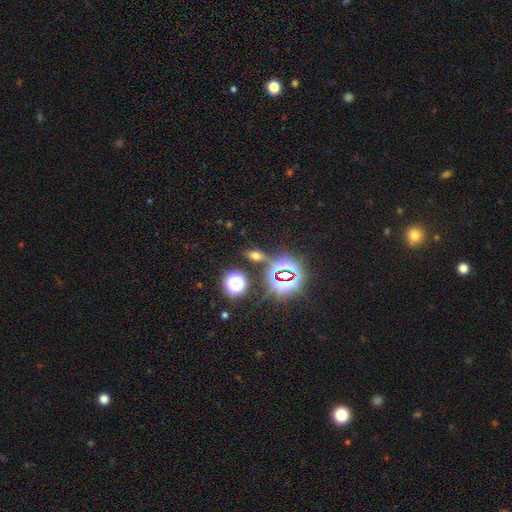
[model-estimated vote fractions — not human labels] A smooth galaxy with no disk features (44%). Merging: none (78%).